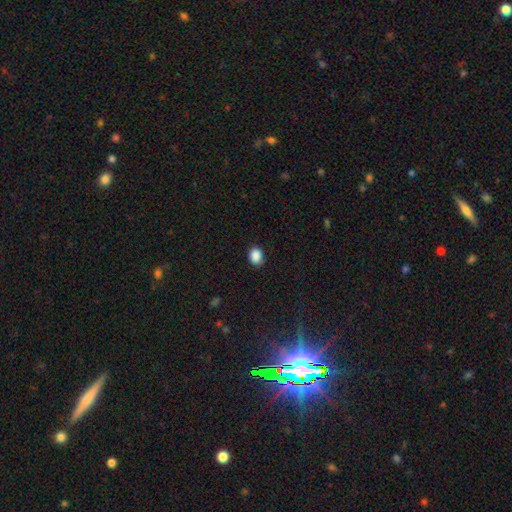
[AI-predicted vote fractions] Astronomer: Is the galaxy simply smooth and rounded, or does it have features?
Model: smooth — 89%.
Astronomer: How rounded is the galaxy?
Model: in between — 55% (runner-up: round, 44%).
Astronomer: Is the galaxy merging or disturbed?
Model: none — 87%.